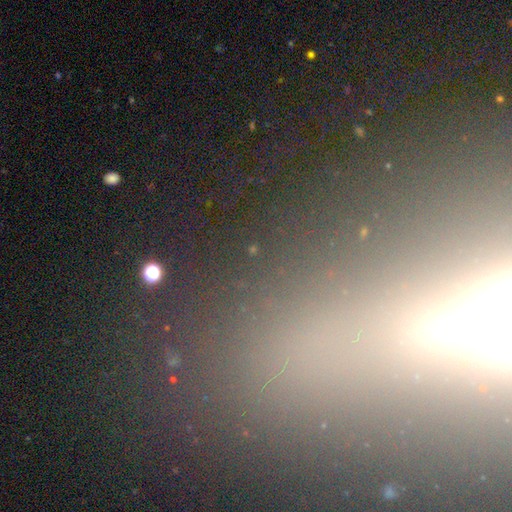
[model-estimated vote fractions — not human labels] A star or artifact, not a galaxy (61%).